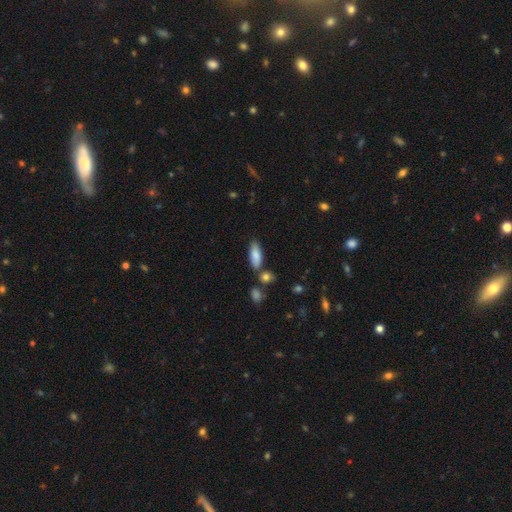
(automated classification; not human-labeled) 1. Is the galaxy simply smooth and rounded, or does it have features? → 84% smooth, 10% featured or disk, 6% star or artifact.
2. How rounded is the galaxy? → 69% in between, 28% cigar-shaped, 2% round.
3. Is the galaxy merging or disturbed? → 71% none, 16% minor disturbance, 10% merger, 4% major disturbance.